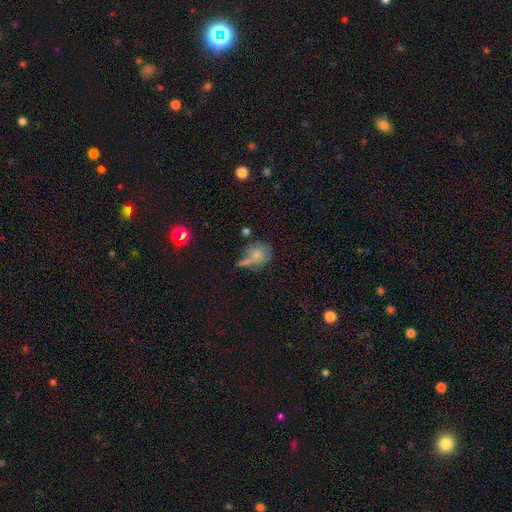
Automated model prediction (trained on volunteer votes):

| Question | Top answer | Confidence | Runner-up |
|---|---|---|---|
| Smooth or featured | smooth | 68% | featured or disk (20%) |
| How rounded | round | 63% | in between (35%) |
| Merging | none | 40% | merger (23%) |